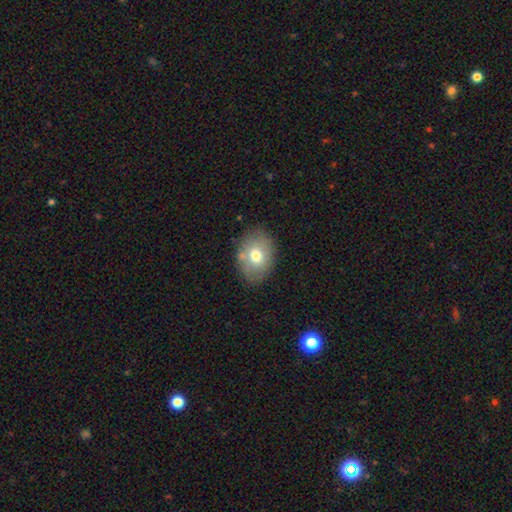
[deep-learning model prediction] The model was most divided on "how rounded": in between: 66%, round: 34%, cigar-shaped: 1%. More confident: merging — none (79%); smooth or featured — smooth (70%).